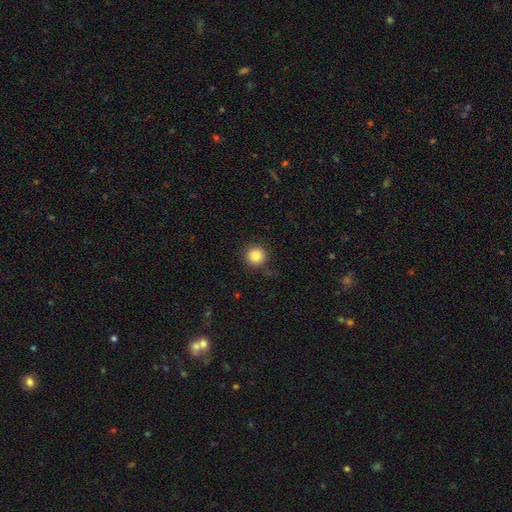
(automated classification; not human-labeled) Smooth or featured?
  - smooth: 85% *
  - star or artifact: 10%
  - featured or disk: 5%
How rounded?
  - round: 95% *
  - in between: 4%
  - cigar-shaped: 1%
Merging?
  - none: 87% *
  - minor disturbance: 9%
  - major disturbance: 3%
  - merger: 1%